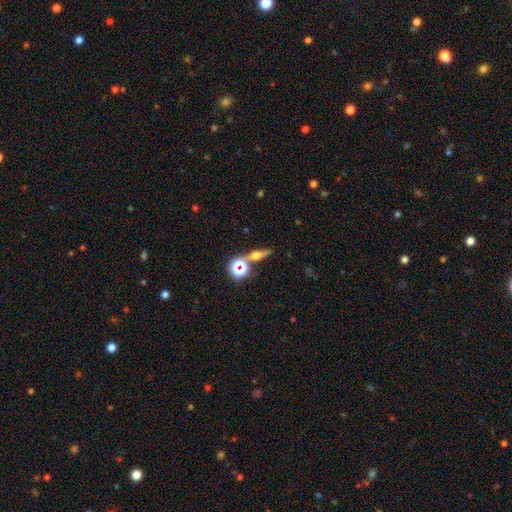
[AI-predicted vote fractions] smooth-or-featured: featured or disk: 44% | smooth: 36% | star or artifact: 20%
  merging: none: 71% | merger: 14% | minor disturbance: 10% | major disturbance: 5%